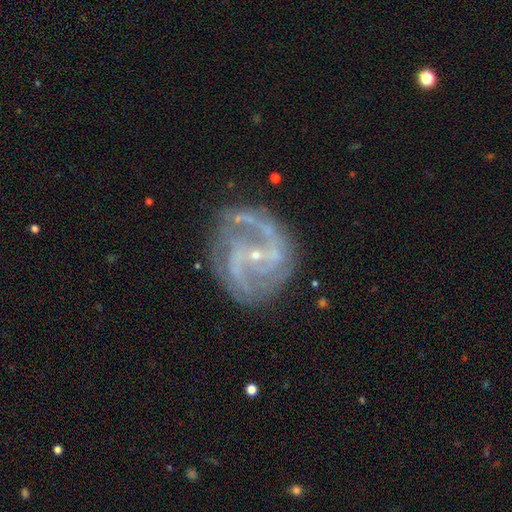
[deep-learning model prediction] Q: Smooth or featured?
A: featured or disk (89%); runner-up: star or artifact (6%)
Q: Edge-on disk?
A: no (98%); runner-up: yes (2%)
Q: Bar?
A: weak (41%); runner-up: no (35%)
Q: Spiral arms?
A: yes (96%); runner-up: no (4%)
Q: Spiral winding?
A: medium (52%); runner-up: tight (31%)
Q: Spiral arm count?
A: 2 (62%); runner-up: 3 (14%)
Q: Bulge size?
A: small (85%); runner-up: moderate (10%)
Q: Merging?
A: none (70%); runner-up: minor disturbance (18%)